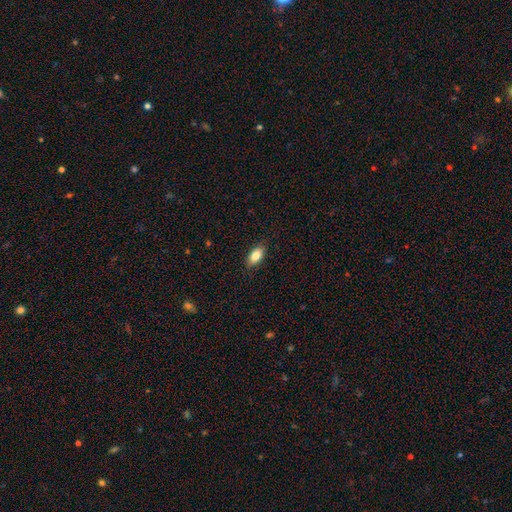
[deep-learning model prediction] smooth 83%, featured or disk 10%, star or artifact 7%. Down the decision tree: how rounded — in between (91%); merging — none (86%).